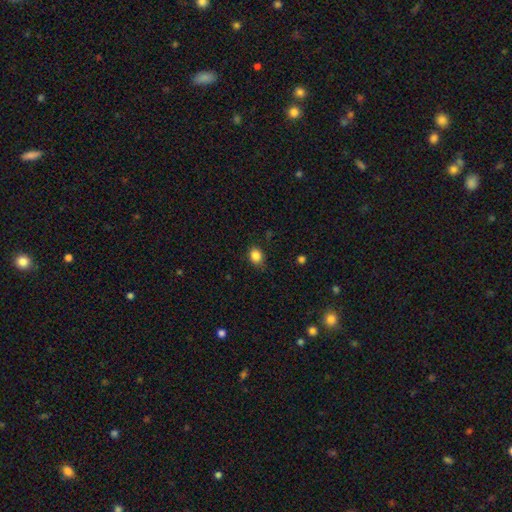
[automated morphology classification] Smooth or featured?
  - smooth: 86% *
  - star or artifact: 10%
  - featured or disk: 4%
How rounded?
  - round: 56% *
  - in between: 43%
  - cigar-shaped: 1%
Merging?
  - none: 79% *
  - minor disturbance: 16%
  - major disturbance: 3%
  - merger: 1%